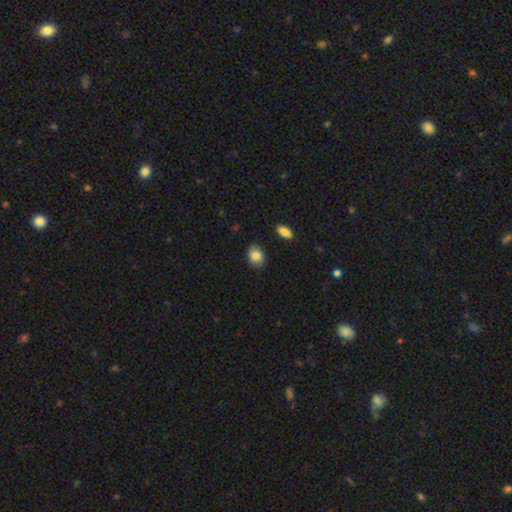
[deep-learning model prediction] This appears to be a smooth galaxy with no disk features (83%) that is in between round and cigar-shaped (73%). Merging: none (81%).